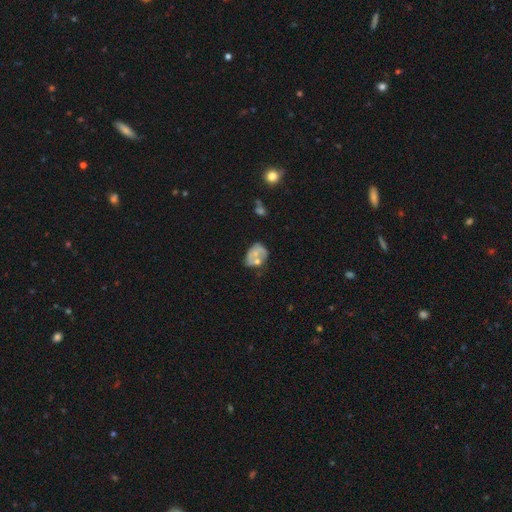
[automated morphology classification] smooth_or_featured: featured or disk (p=0.53) [alt: smooth p=0.38]
disk_edge_on: no (p=0.98) [alt: yes p=0.02]
bar: no (p=0.85) [alt: weak p=0.12]
has_spiral_arms: no (p=0.68) [alt: yes p=0.32]
bulge_size: small (p=0.42) [alt: moderate p=0.38]
merging: none (p=0.32) [alt: minor disturbance p=0.25]